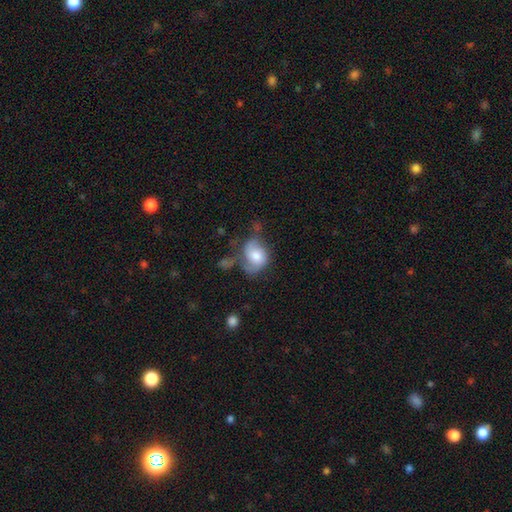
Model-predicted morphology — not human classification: Smooth or featured? smooth (49%)
Merging? none (32%)